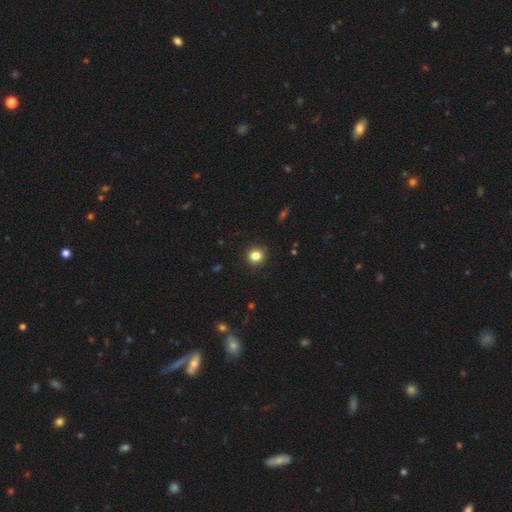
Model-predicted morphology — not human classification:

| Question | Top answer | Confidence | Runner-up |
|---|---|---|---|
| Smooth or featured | smooth | 83% | star or artifact (12%) |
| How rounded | round | 86% | in between (13%) |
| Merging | none | 91% | minor disturbance (6%) |